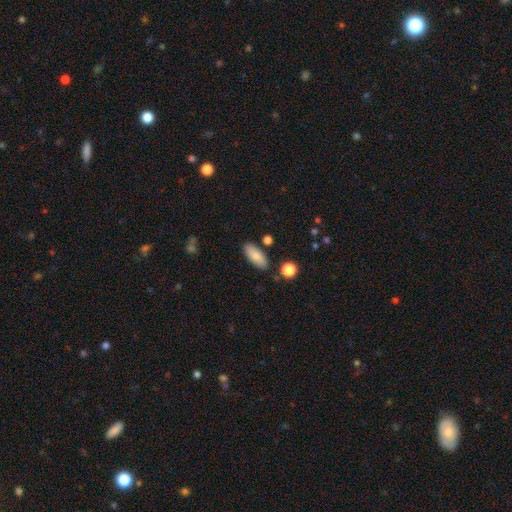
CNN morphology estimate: Q: Smooth or featured?
A: smooth (83%); runner-up: featured or disk (10%)
Q: How rounded?
A: in between (82%); runner-up: cigar-shaped (16%)
Q: Merging?
A: none (84%); runner-up: minor disturbance (10%)